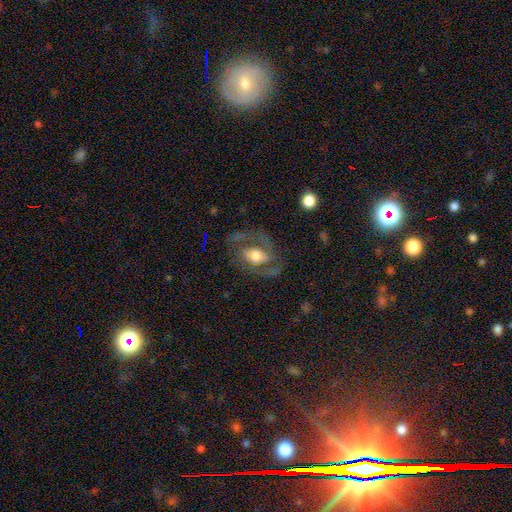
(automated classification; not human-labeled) Smooth or featured? Predicted: featured or disk (p=0.73). Edge-on disk? Predicted: no (p=0.95). Bar? Predicted: no (p=0.47). Spiral arms? Predicted: yes (p=0.79). Spiral winding? Predicted: medium (p=0.53). Spiral arm count? Predicted: 2 (p=0.80). Bulge size? Predicted: moderate (p=0.58). Merging? Predicted: none (p=0.63).